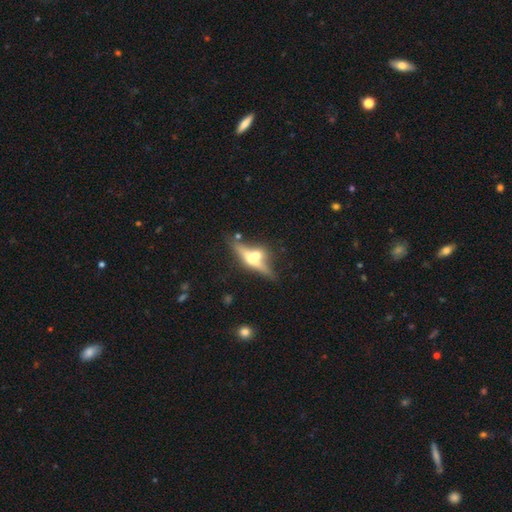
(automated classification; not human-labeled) Morphology: type=featured or disk (65%); edge-on=yes (87%); edge-on bulge=rounded (90%); merging=none (52%).